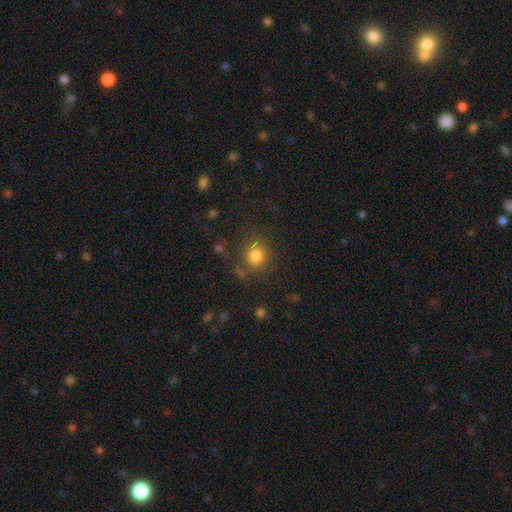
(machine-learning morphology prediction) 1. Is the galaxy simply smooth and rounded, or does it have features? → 81% smooth, 13% star or artifact, 7% featured or disk.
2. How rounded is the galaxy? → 85% round, 14% in between, 1% cigar-shaped.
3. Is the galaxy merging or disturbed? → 73% none, 15% minor disturbance, 7% major disturbance, 5% merger.